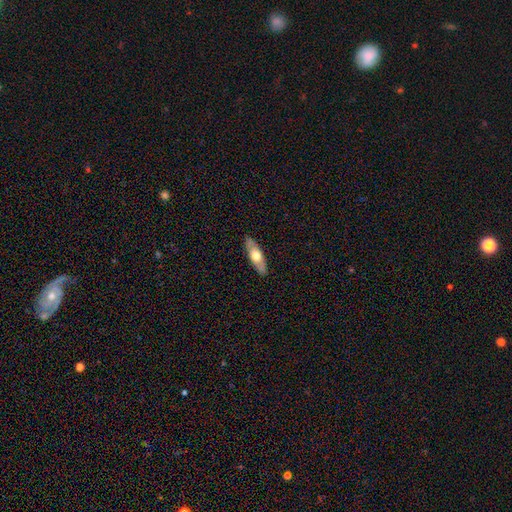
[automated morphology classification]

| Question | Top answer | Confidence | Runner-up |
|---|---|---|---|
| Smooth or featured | smooth | 53% | featured or disk (42%) |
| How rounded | in between | 55% | cigar-shaped (43%) |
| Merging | none | 88% | minor disturbance (9%) |